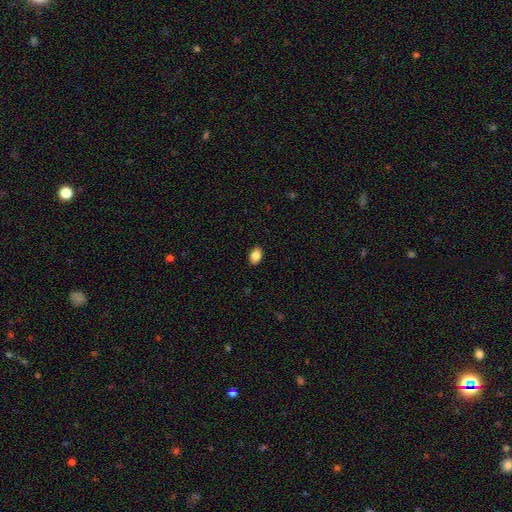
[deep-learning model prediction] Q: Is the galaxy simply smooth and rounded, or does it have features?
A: smooth — 86%.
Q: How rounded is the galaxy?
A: in between — 78%.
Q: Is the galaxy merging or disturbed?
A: none — 89%.